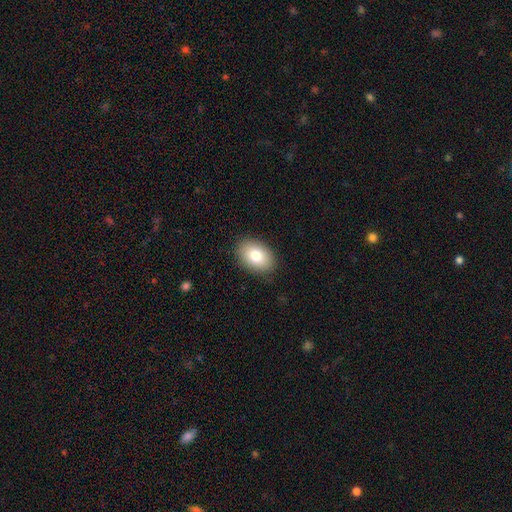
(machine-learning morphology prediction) The model was most divided on "smooth or featured": smooth: 80%, featured or disk: 12%, star or artifact: 8%. More confident: merging — none (88%); how rounded — in between (84%).